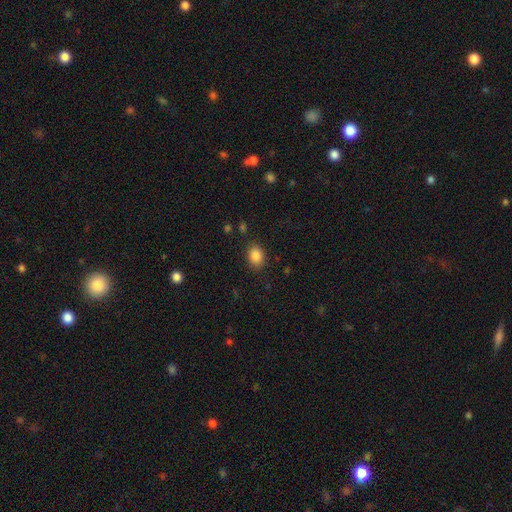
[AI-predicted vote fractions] Smooth or featured: smooth — 86% (star or artifact — 9%)
How rounded: in between — 67% (round — 32%)
Merging: none — 85% (minor disturbance — 10%)